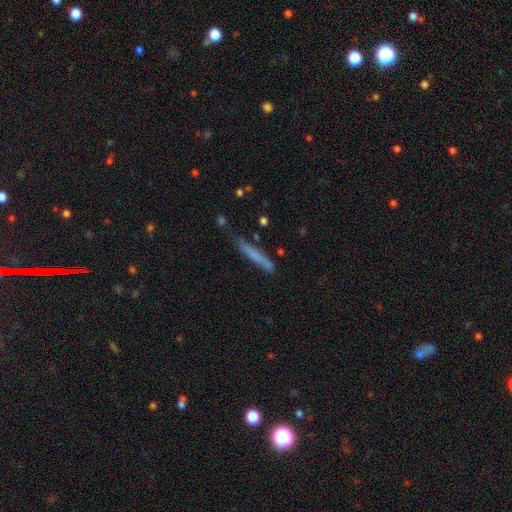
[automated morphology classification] smooth-or-featured: smooth: 64% | featured or disk: 29% | star or artifact: 7%
  how-rounded: cigar-shaped: 95% | in between: 4% | round: 1%
  merging: none: 75% | minor disturbance: 18% | major disturbance: 4% | merger: 3%